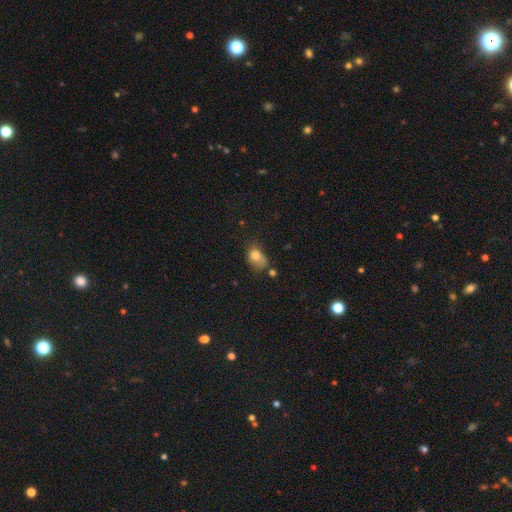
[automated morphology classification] This appears to be a smooth galaxy with no disk features (78%) that is in between round and cigar-shaped (68%). Merging: none (41%).